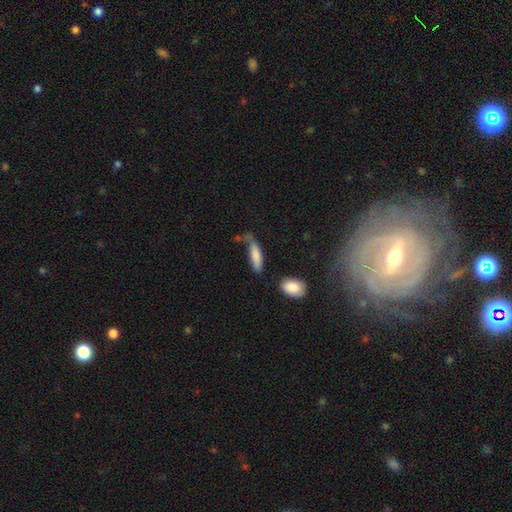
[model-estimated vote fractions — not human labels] Smooth or featured?
  - smooth: 81% *
  - featured or disk: 12%
  - star or artifact: 7%
How rounded?
  - cigar-shaped: 53% *
  - in between: 45%
  - round: 2%
Merging?
  - none: 44% *
  - minor disturbance: 29%
  - major disturbance: 16%
  - merger: 11%